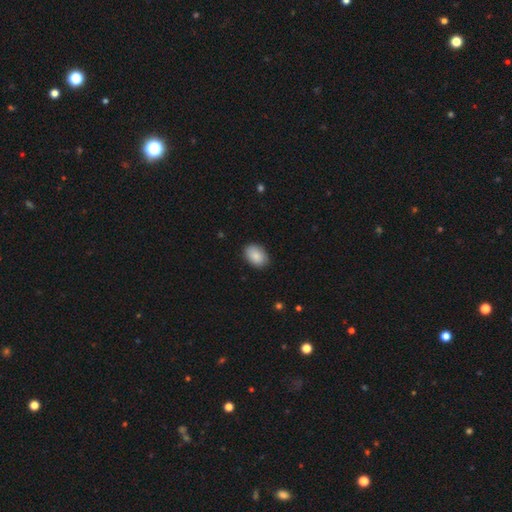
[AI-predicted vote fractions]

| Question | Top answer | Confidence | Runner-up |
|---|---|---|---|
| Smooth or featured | smooth | 89% | star or artifact (6%) |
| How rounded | in between | 87% | round (12%) |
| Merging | none | 88% | minor disturbance (9%) |